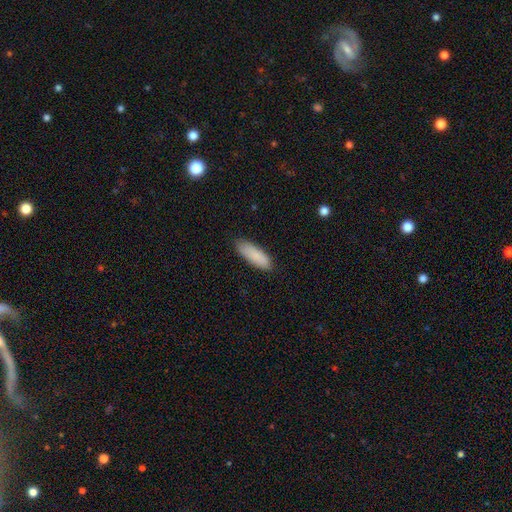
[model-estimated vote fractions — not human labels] Smooth or featured? smooth (87%)
How rounded? in between (55%)
Merging? none (85%)